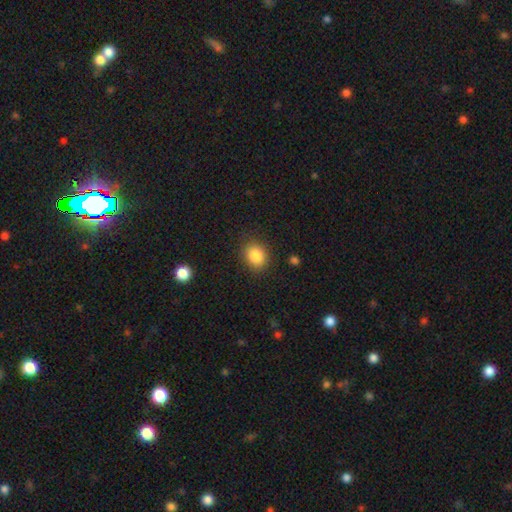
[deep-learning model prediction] Morphology: type=smooth (86%); roundness=round (60%); merging=none (85%).